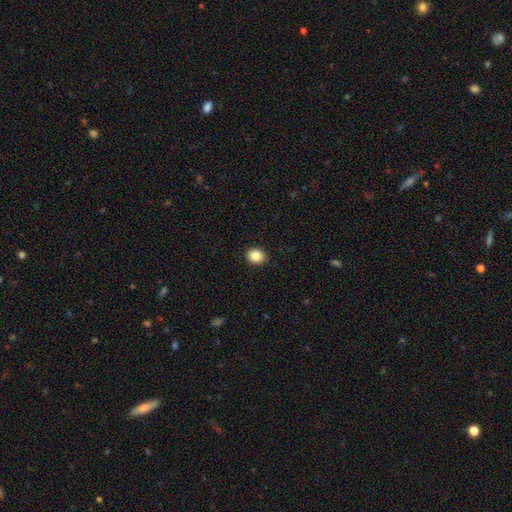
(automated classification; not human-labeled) Q: Smooth or featured?
A: smooth (87%); runner-up: star or artifact (9%)
Q: How rounded?
A: round (63%); runner-up: in between (36%)
Q: Merging?
A: none (90%); runner-up: minor disturbance (7%)